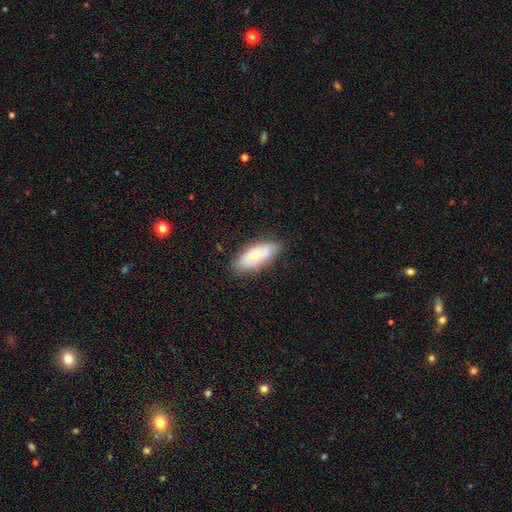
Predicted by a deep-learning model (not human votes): Q: Smooth or featured?
A: smooth (59%); runner-up: featured or disk (35%)
Q: How rounded?
A: in between (82%); runner-up: cigar-shaped (15%)
Q: Merging?
A: none (79%); runner-up: minor disturbance (15%)